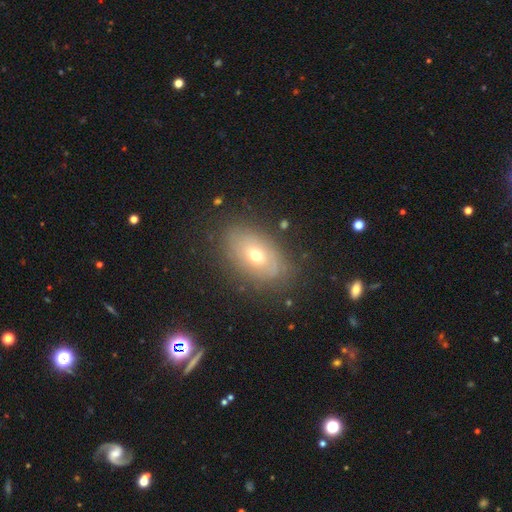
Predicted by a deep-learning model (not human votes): smooth-or-featured: smooth: 51% | featured or disk: 38% | star or artifact: 11%
  how-rounded: in between: 84% | round: 13% | cigar-shaped: 2%
  merging: none: 76% | minor disturbance: 16% | major disturbance: 6% | merger: 2%